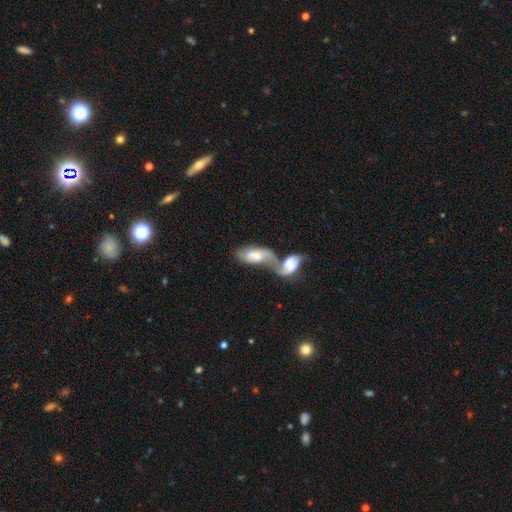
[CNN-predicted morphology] type=smooth (53%); roundness=in between (88%); merging=merger (78%).